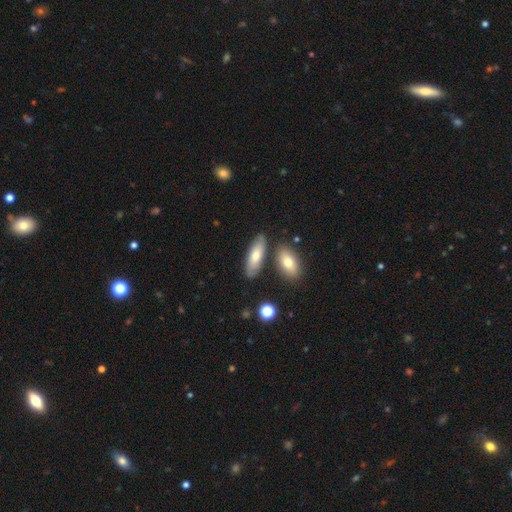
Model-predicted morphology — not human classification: Smooth or featured: smooth — 69% (featured or disk — 24%)
How rounded: in between — 67% (cigar-shaped — 30%)
Merging: none — 74% (minor disturbance — 13%)